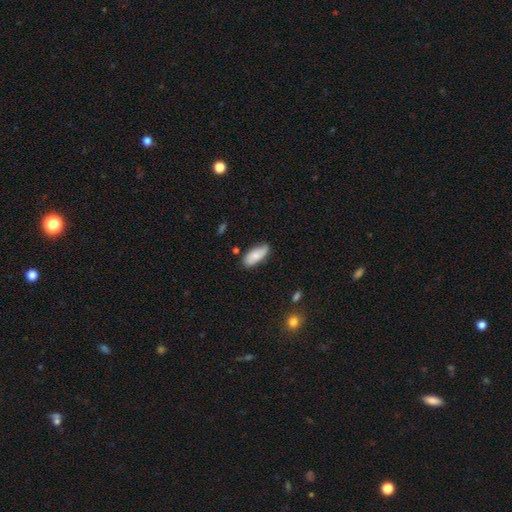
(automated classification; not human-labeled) Smooth or featured? Predicted: smooth (p=0.72). How rounded? Predicted: in between (p=0.85). Merging? Predicted: none (p=0.78).